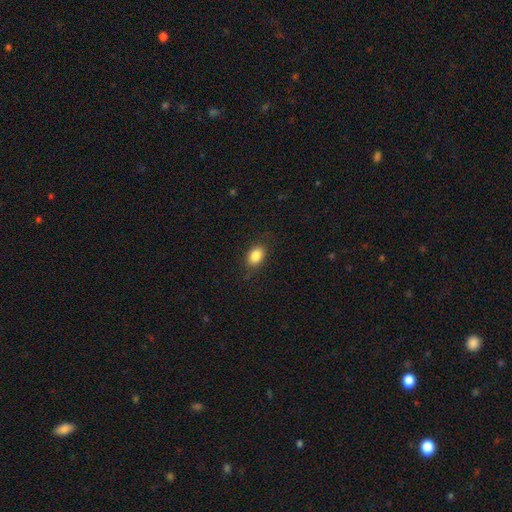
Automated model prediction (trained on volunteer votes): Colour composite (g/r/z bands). It shows a smooth galaxy with no disk features (86%) that is in between round and cigar-shaped (83%). Merging: none (85%).